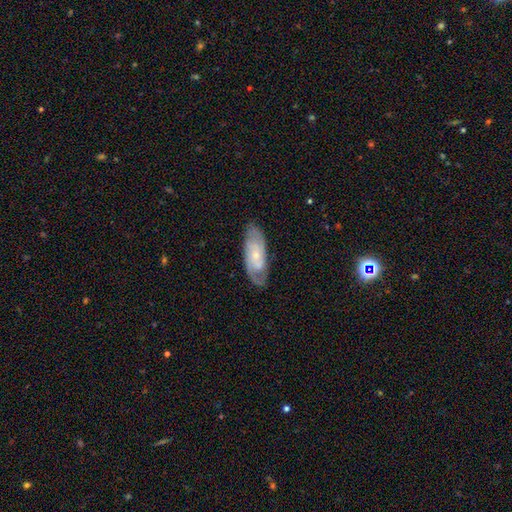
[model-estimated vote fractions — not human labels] Smooth or featured?
  - featured or disk: 78% *
  - smooth: 17%
  - star or artifact: 6%
Edge-on disk?
  - no: 91% *
  - yes: 9%
Bar?
  - no: 65% *
  - weak: 28%
  - strong: 7%
Spiral arms?
  - yes: 93% *
  - no: 7%
Spiral winding?
  - tight: 52% *
  - medium: 38%
  - loose: 10%
Spiral arm count?
  - 2: 67% *
  - can't tell: 19%
  - 3: 7%
  - 1: 3%
  - 4: 2%
  - more than 4: 2%
Bulge size?
  - small: 68% *
  - moderate: 28%
  - none: 2%
  - large: 1%
  - dominant: 1%
Merging?
  - none: 80% *
  - minor disturbance: 15%
  - major disturbance: 4%
  - merger: 1%